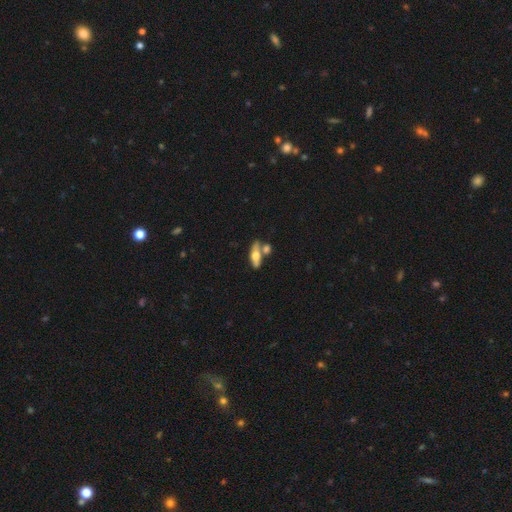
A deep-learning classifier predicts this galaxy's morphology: Smooth or featured?
  - featured or disk: 48% *
  - smooth: 46%
  - star or artifact: 7%
Merging?
  - none: 55% *
  - merger: 28%
  - minor disturbance: 12%
  - major disturbance: 5%